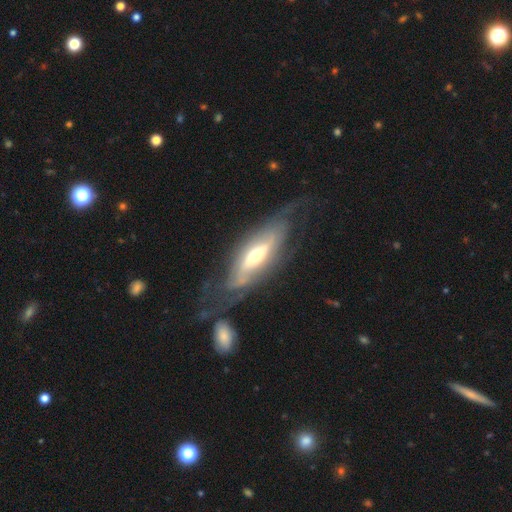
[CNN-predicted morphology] Smooth or featured? Predicted: featured or disk (p=0.78). Edge-on disk? Predicted: no (p=0.72). Bar? Predicted: no (p=0.38). Spiral arms? Predicted: yes (p=0.79). Bulge size? Predicted: moderate (p=0.65). Merging? Predicted: none (p=0.50).